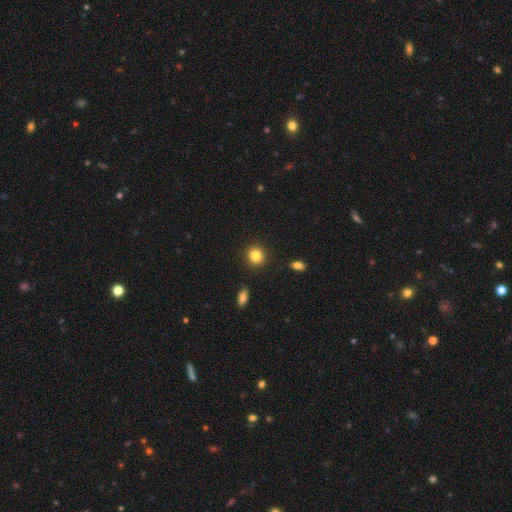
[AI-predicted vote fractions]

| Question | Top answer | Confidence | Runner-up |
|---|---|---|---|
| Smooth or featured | smooth | 85% | star or artifact (10%) |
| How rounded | round | 86% | in between (13%) |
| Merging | none | 90% | minor disturbance (6%) |